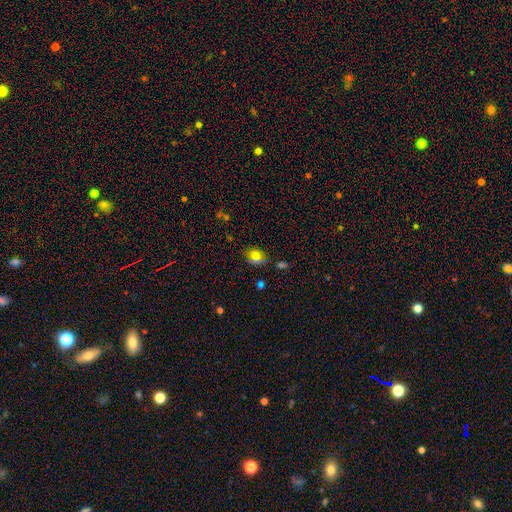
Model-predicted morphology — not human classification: Smooth or featured? Predicted: smooth (p=0.66). How rounded? Predicted: in between (p=0.57). Merging? Predicted: none (p=0.68).